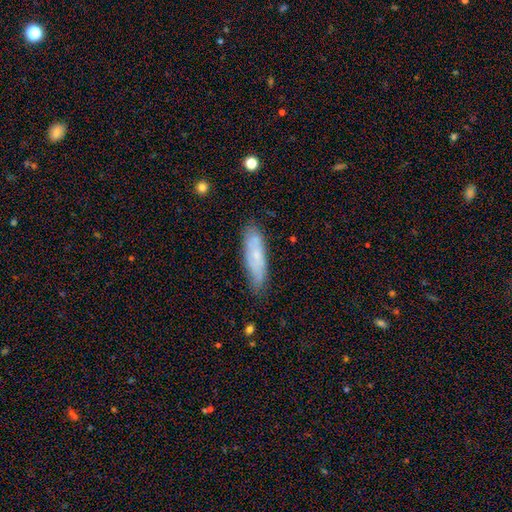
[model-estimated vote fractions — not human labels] Smooth or featured? Predicted: smooth (p=0.60). How rounded? Predicted: cigar-shaped (p=0.63). Merging? Predicted: none (p=0.76).